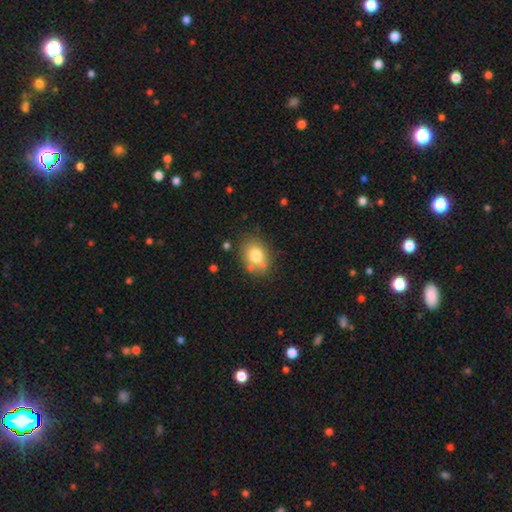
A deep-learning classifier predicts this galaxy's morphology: The model was most divided on "how rounded": in between: 58%, round: 41%, cigar-shaped: 1%. More confident: smooth or featured — smooth (77%); merging — none (73%).